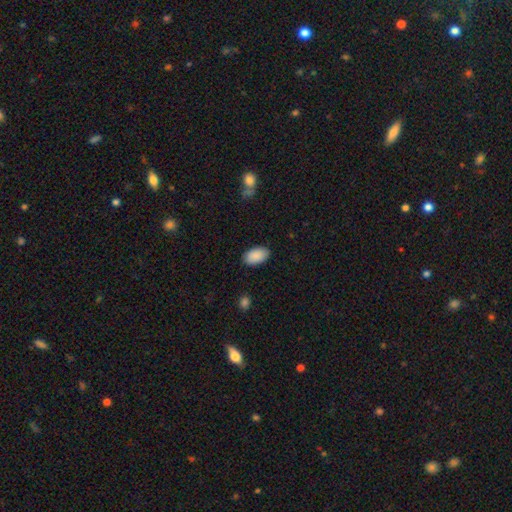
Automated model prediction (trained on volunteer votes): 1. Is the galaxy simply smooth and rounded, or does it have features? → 90% smooth, 6% star or artifact, 4% featured or disk.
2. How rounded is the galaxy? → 94% in between, 5% round, 1% cigar-shaped.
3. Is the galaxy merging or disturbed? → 86% none, 10% minor disturbance, 2% major disturbance, 1% merger.